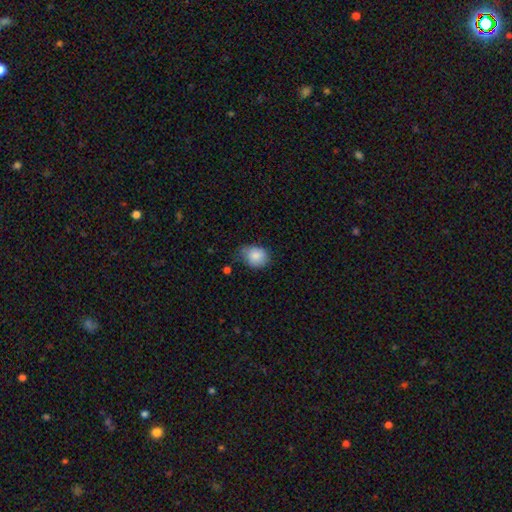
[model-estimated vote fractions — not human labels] A smooth galaxy with no disk features (85%) that is round (53%).

Vote fractions:
- Smooth or featured? smooth: 85% / star or artifact: 8% / featured or disk: 7%
- How rounded? round: 53% / in between: 47% / cigar-shaped: 1%
- Merging? none: 57% / minor disturbance: 33% / major disturbance: 7% / merger: 2%